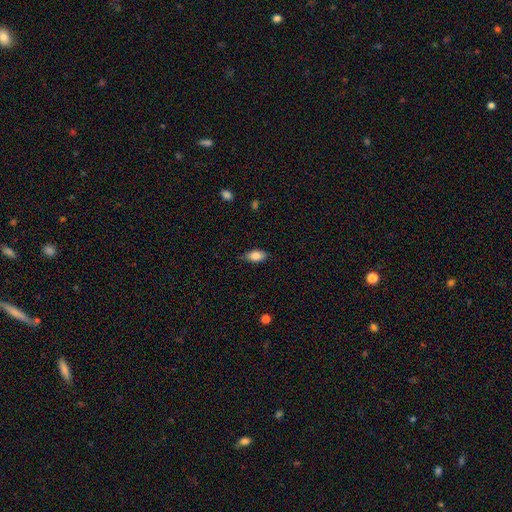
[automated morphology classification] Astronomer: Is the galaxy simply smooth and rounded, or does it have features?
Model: smooth — 84%.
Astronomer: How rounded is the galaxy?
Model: in between — 90%.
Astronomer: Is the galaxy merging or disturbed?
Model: none — 79%.